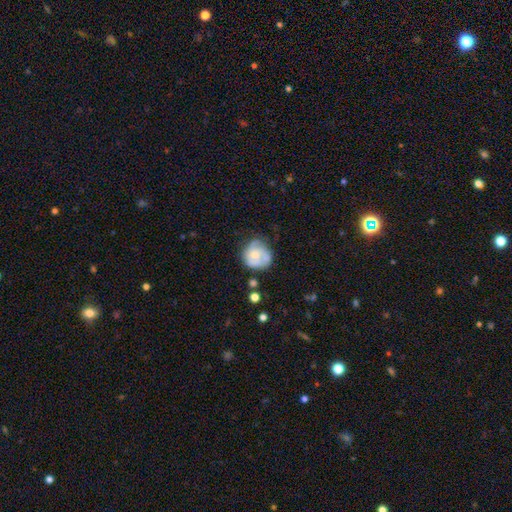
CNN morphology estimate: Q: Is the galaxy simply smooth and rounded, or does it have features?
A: featured or disk — 47%.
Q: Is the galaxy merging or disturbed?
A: none — 55%.